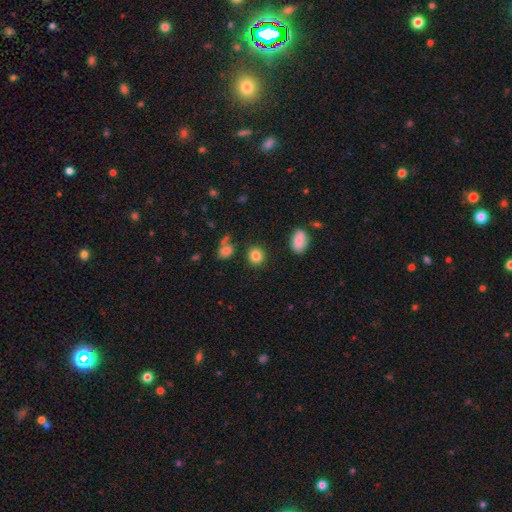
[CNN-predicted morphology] Smooth or featured? smooth (84%)
How rounded? round (80%)
Merging? none (85%)